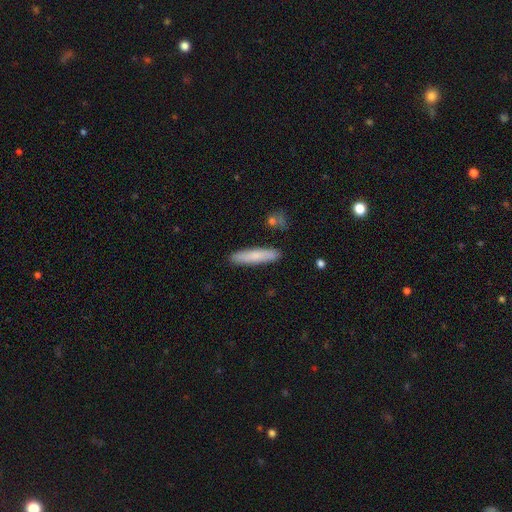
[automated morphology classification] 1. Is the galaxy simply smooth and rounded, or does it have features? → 76% smooth, 18% featured or disk, 6% star or artifact.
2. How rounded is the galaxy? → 87% cigar-shaped, 12% in between, 1% round.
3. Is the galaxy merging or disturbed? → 88% none, 8% minor disturbance, 2% merger, 2% major disturbance.